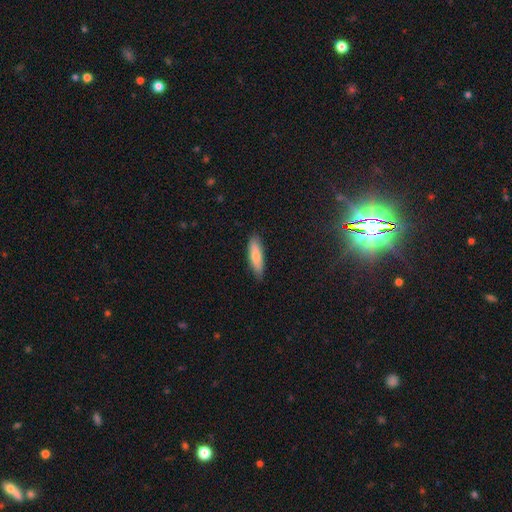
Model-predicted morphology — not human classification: smooth-or-featured: smooth: 77% | featured or disk: 17% | star or artifact: 6%
  how-rounded: cigar-shaped: 60% | in between: 38% | round: 2%
  merging: none: 85% | minor disturbance: 12% | major disturbance: 2% | merger: 1%